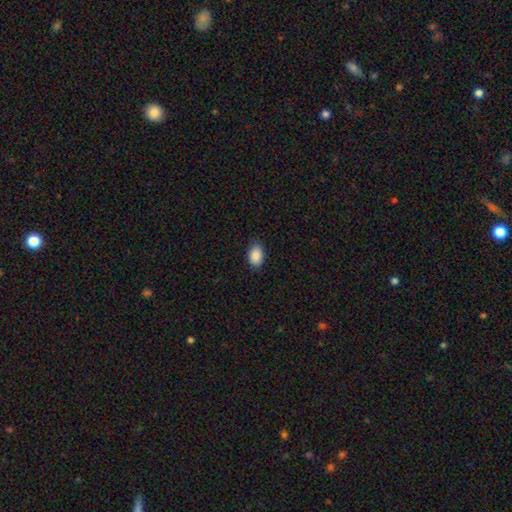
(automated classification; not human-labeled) Smooth or featured? Predicted: smooth (p=0.90). How rounded? Predicted: in between (p=0.89). Merging? Predicted: none (p=0.86).